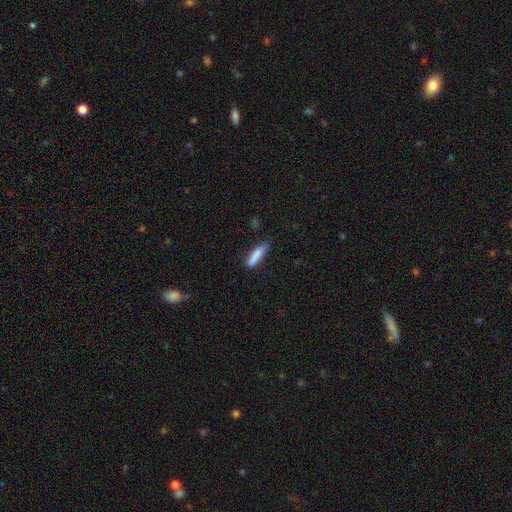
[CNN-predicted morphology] A smooth galaxy with no disk features (84%) that is cigar-shaped (73%).

Vote fractions:
- Smooth or featured? smooth: 84% / featured or disk: 9% / star or artifact: 7%
- How rounded? cigar-shaped: 73% / in between: 25% / round: 2%
- Merging? none: 69% / minor disturbance: 23% / major disturbance: 5% / merger: 3%